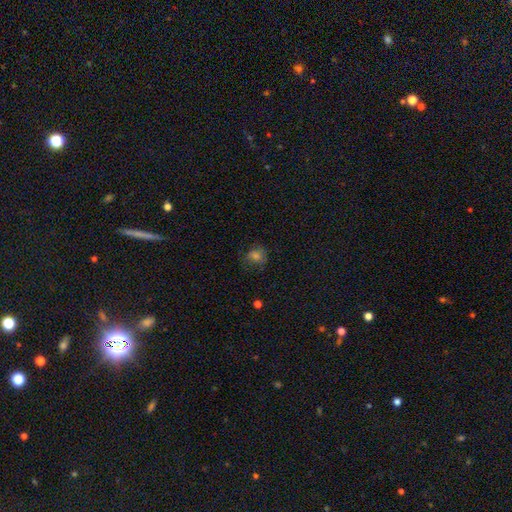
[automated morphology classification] Smooth or featured? Predicted: smooth (p=0.65). How rounded? Predicted: round (p=0.71). Merging? Predicted: none (p=0.65).